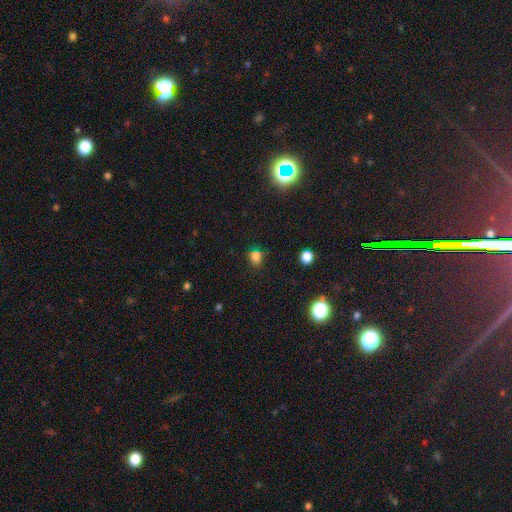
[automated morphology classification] Overall: smooth (74%). How rounded: round (54%; in between 45%). Merging: none (65%).